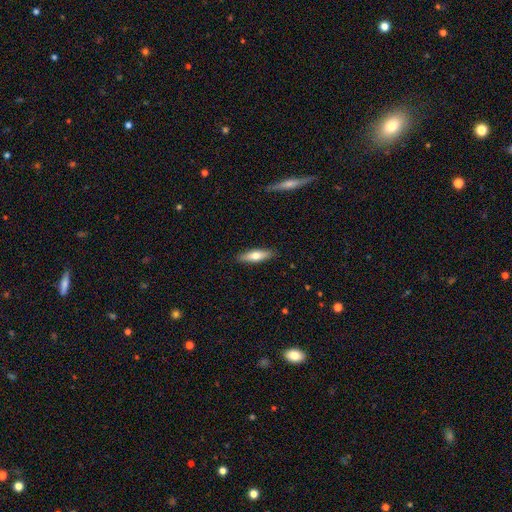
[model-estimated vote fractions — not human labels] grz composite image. It shows a smooth galaxy with no disk features (65%) that is cigar-shaped (57%). Merging: none (89%).